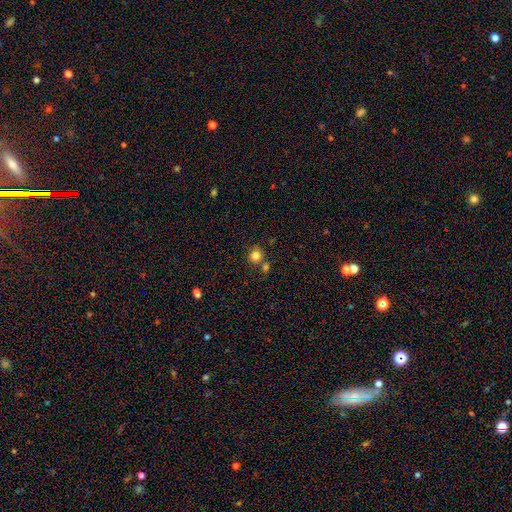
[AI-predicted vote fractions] Overall: smooth (82%). How rounded: round (89%). Merging: none (68%).